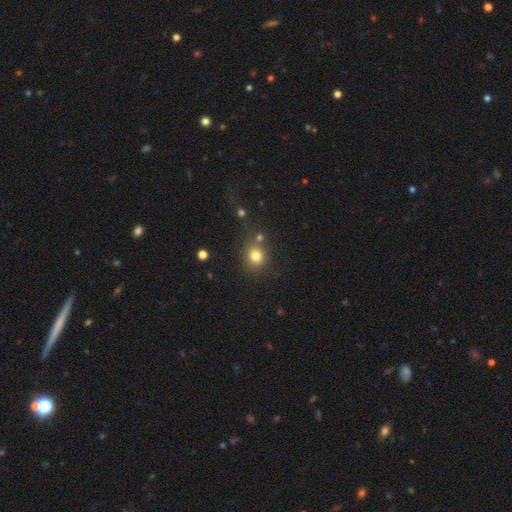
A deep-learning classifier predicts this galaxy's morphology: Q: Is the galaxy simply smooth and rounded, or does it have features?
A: smooth — 80%.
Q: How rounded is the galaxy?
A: round — 75%.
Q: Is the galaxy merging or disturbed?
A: none — 68%.